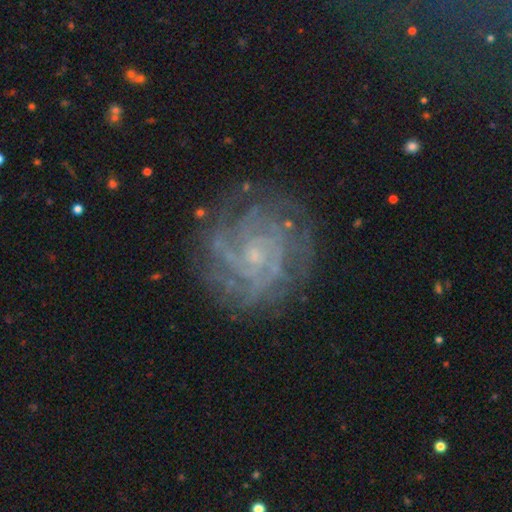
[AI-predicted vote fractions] This appears to be a featured or disk galaxy (85%) with no bar (71%), tight (68%) spiral arms (96%) and a small central bulge (75%). Merging: none (77%).